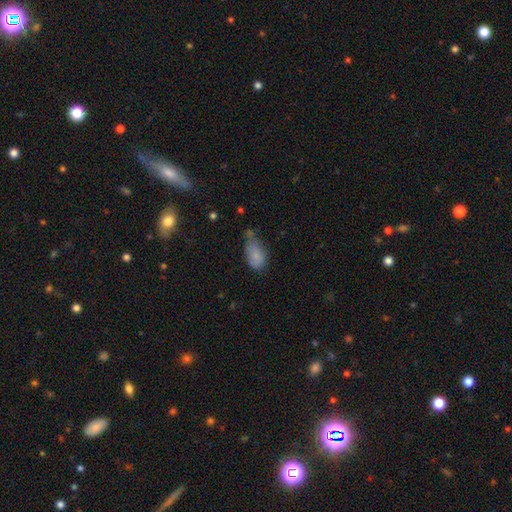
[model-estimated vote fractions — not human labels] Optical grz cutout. It shows a smooth galaxy with no disk features (80%) that is in between round and cigar-shaped (91%). Merging: minor disturbance (39%).